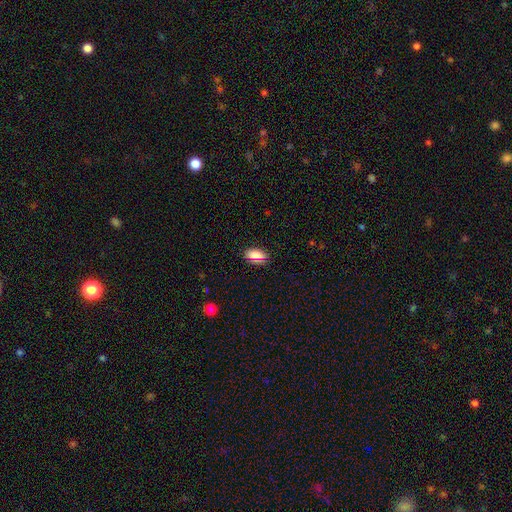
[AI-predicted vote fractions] Overall: smooth (76%). How rounded: in between (84%). Merging: none (85%).